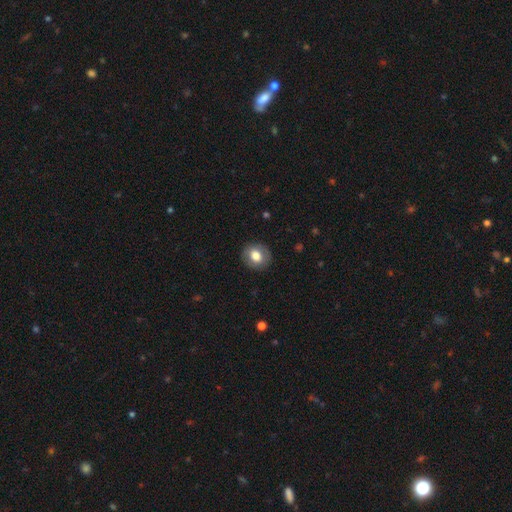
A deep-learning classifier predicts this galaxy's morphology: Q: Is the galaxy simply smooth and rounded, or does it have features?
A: smooth — 71%.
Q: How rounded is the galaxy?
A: round — 74%.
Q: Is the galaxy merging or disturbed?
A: none — 86%.